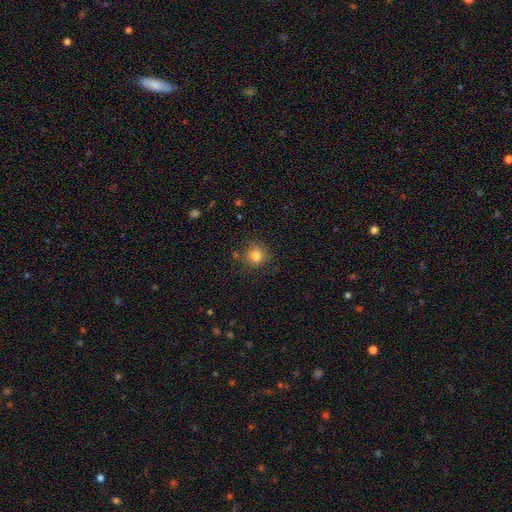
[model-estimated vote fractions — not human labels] Smooth or featured?
  - smooth: 82% *
  - star or artifact: 12%
  - featured or disk: 6%
How rounded?
  - round: 90% *
  - in between: 9%
  - cigar-shaped: 1%
Merging?
  - none: 81% *
  - minor disturbance: 12%
  - major disturbance: 3%
  - merger: 3%